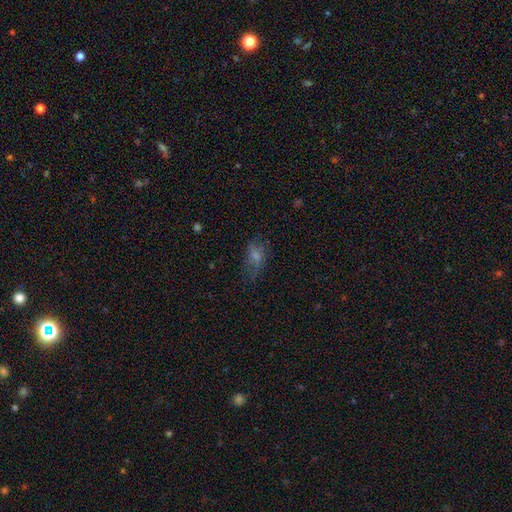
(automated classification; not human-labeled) Overall: smooth (46%; featured or disk 31%). Merging: none (55%; minor disturbance 25%).